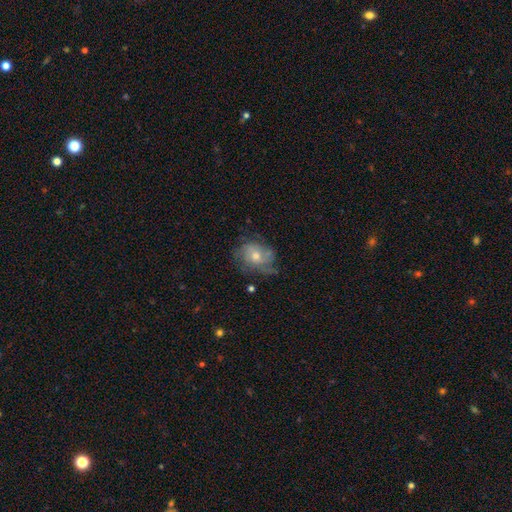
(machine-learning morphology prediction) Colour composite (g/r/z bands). It shows a featured or disk galaxy (53%) with no bar (83%), spiral arms (67%) and a moderate central bulge (61%). Merging: none (52%).